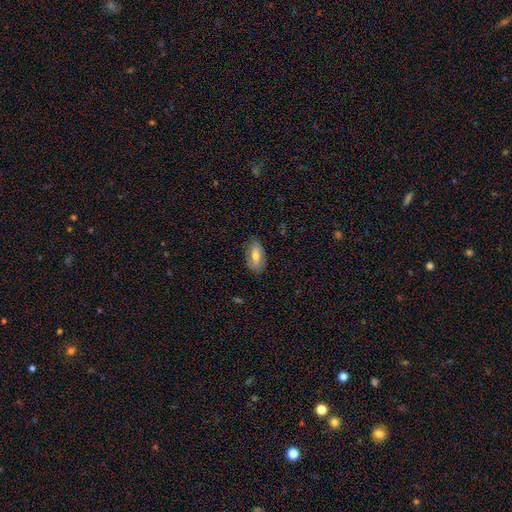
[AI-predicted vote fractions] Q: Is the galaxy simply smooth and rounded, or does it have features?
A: smooth — 53%.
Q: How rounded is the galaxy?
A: in between — 87%.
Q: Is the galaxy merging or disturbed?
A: none — 81%.